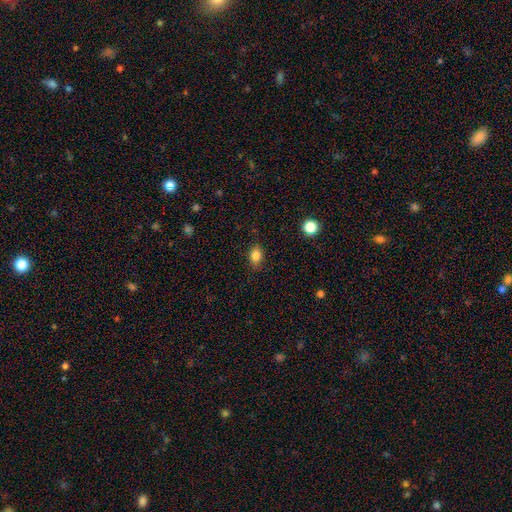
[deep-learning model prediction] Smooth or featured? Predicted: smooth (p=0.83). How rounded? Predicted: in between (p=0.68). Merging? Predicted: none (p=0.83).